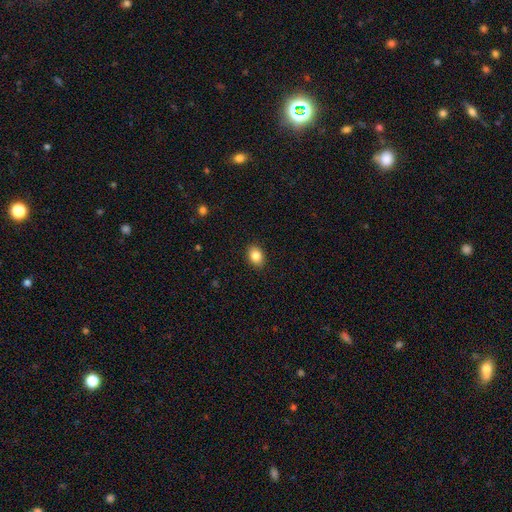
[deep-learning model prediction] A smooth galaxy with no disk features (86%) that is in between round and cigar-shaped (71%). Merging: none (90%).